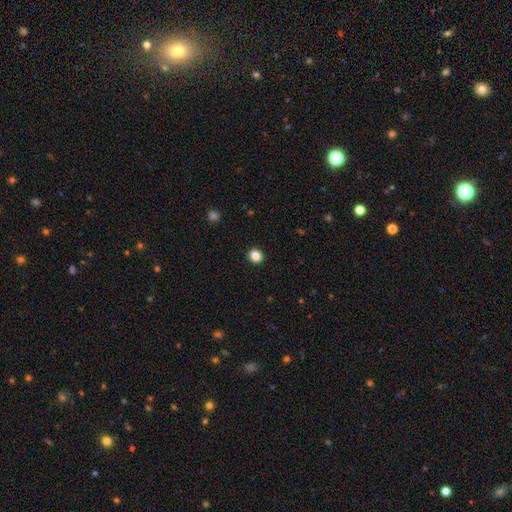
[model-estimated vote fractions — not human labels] smooth 85%, star or artifact 11%, featured or disk 4%. Down the decision tree: how rounded — round (76%); merging — none (92%).